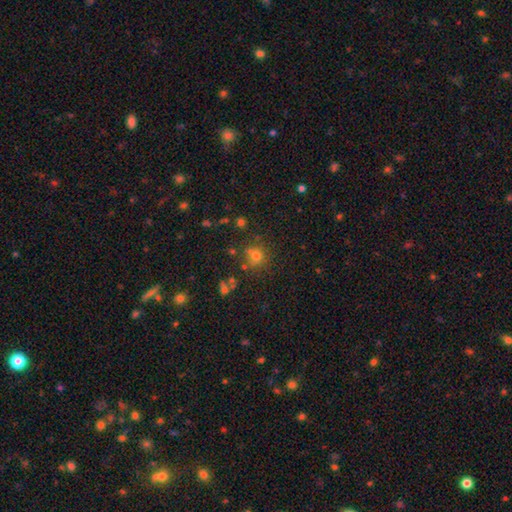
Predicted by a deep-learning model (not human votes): A smooth galaxy with no disk features (69%) that is round (87%).

Vote fractions:
- Smooth or featured? smooth: 69% / star or artifact: 22% / featured or disk: 9%
- How rounded? round: 87% / in between: 12% / cigar-shaped: 1%
- Merging? none: 71% / minor disturbance: 12% / merger: 11% / major disturbance: 5%